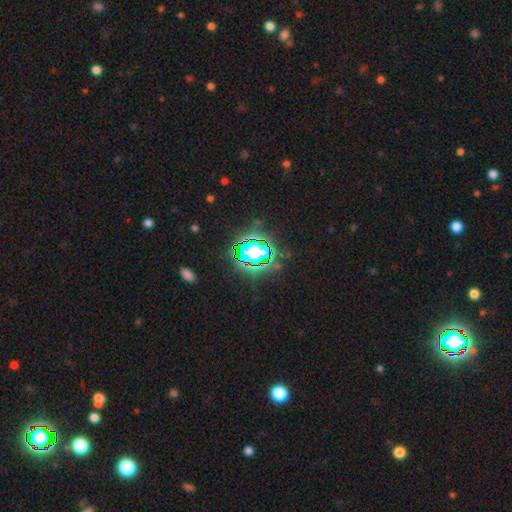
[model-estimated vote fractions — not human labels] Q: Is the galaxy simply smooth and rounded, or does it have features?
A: star or artifact — 69%.